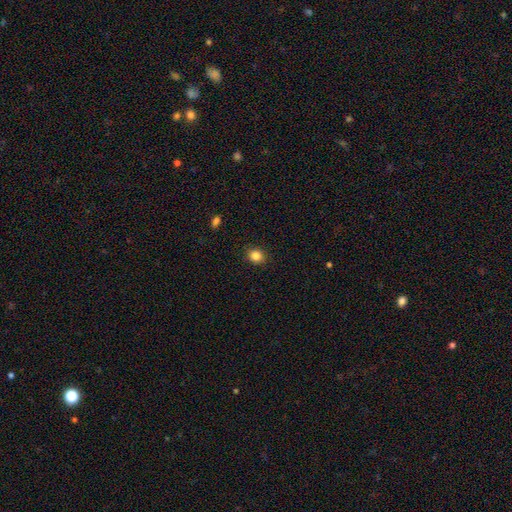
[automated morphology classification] Smooth or featured?
  - smooth: 85% *
  - star or artifact: 11%
  - featured or disk: 4%
How rounded?
  - round: 76% *
  - in between: 23%
  - cigar-shaped: 1%
Merging?
  - none: 90% *
  - minor disturbance: 7%
  - major disturbance: 2%
  - merger: 1%